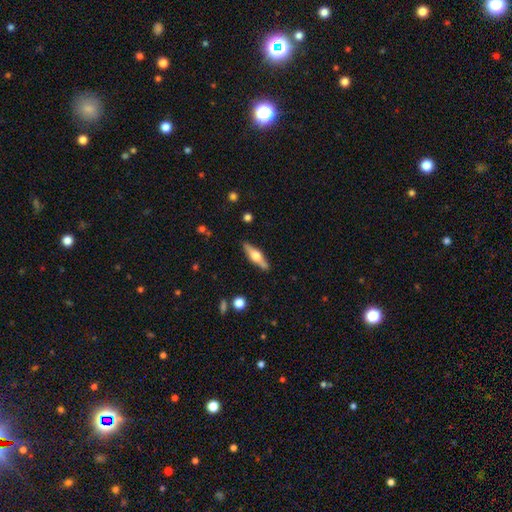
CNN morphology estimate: Smooth or featured? featured or disk (60%)
Edge-on disk? yes (95%)
Edge-on bulge? rounded (93%)
Merging? none (87%)